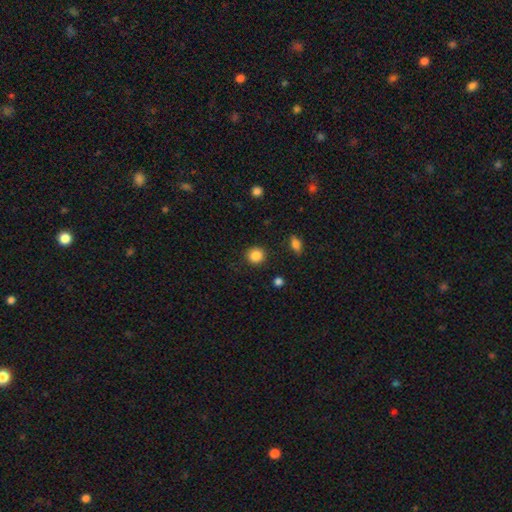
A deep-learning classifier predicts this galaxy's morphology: smooth-or-featured: smooth: 86% | star or artifact: 10% | featured or disk: 4%
  how-rounded: round: 91% | in between: 8% | cigar-shaped: 1%
  merging: none: 90% | minor disturbance: 6% | major disturbance: 2% | merger: 2%